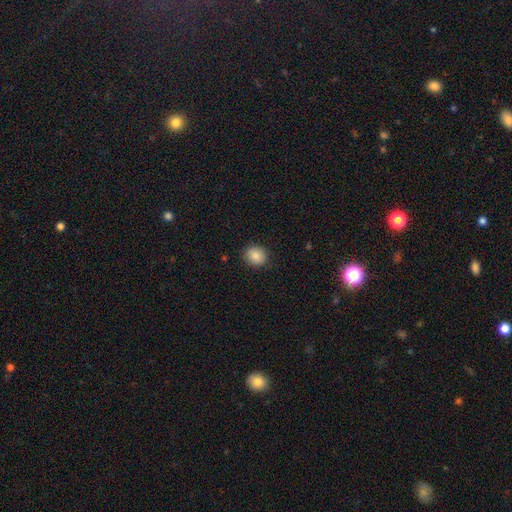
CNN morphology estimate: Smooth or featured? Predicted: smooth (p=0.87). How rounded? Predicted: round (p=0.77). Merging? Predicted: none (p=0.88).